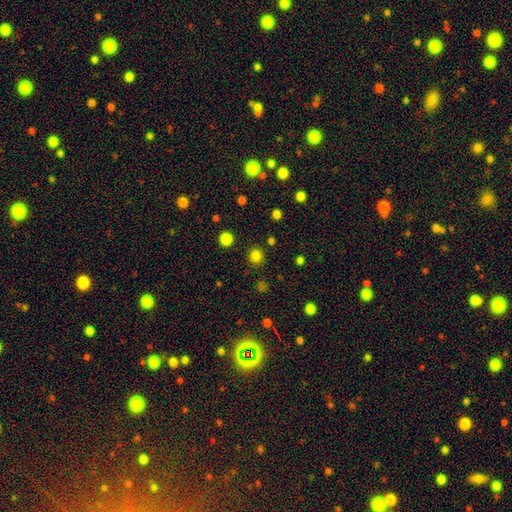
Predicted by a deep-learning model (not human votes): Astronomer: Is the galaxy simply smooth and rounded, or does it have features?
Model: smooth — 80%.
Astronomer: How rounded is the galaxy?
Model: round — 91%.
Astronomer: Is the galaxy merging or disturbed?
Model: none — 88%.